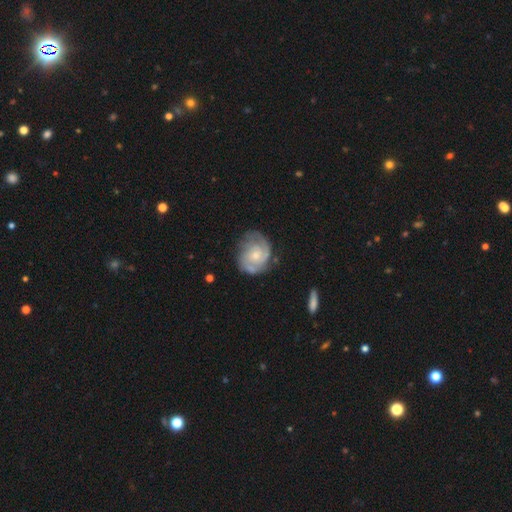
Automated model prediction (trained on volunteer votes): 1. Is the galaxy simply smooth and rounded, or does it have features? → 76% featured or disk, 19% smooth, 6% star or artifact.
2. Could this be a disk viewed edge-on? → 98% no, 2% yes.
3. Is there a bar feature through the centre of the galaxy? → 73% no, 24% weak, 3% strong.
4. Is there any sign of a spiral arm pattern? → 91% yes, 9% no.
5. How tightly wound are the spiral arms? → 51% tight, 37% medium, 11% loose.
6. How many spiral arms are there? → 47% 2, 25% can't tell, 17% 3, 5% 1, 4% 4, 3% more than 4.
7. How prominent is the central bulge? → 58% small, 36% moderate, 3% none, 2% large, 1% dominant.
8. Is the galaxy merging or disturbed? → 62% none, 24% minor disturbance, 11% major disturbance, 3% merger.